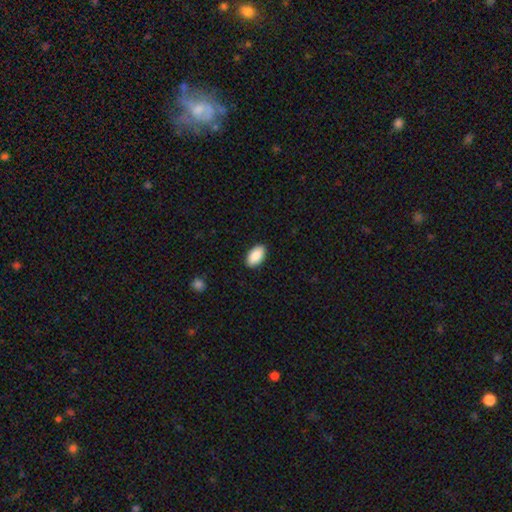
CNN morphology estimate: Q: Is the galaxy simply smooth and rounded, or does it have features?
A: smooth — 89%.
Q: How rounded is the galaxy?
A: in between — 95%.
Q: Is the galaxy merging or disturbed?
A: none — 89%.